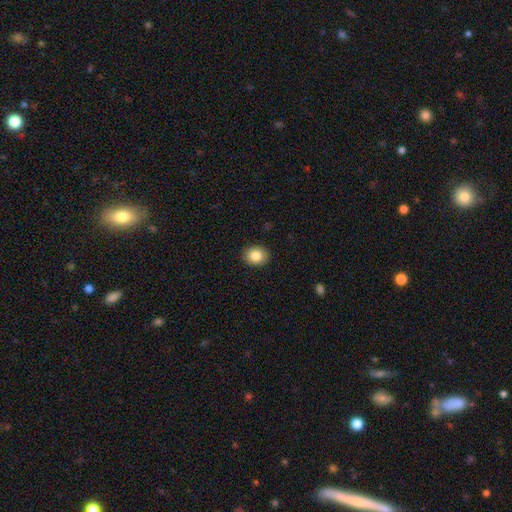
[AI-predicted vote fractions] This is clearly a smooth galaxy (86%). How rounded: possibly round (56%). Merging: clearly none (91%).